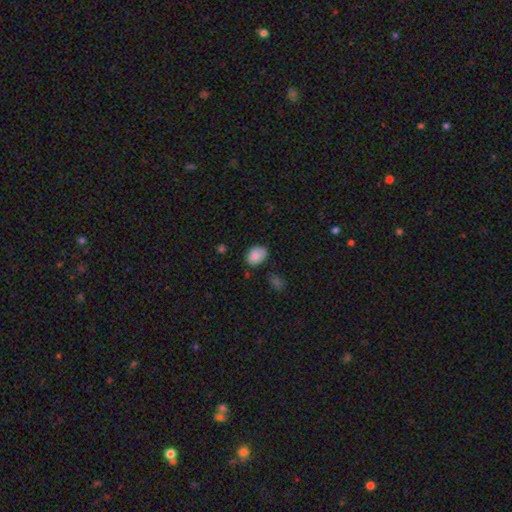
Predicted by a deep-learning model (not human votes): A smooth galaxy with no disk features (85%) that is in between round and cigar-shaped (74%). Merging: none (70%).